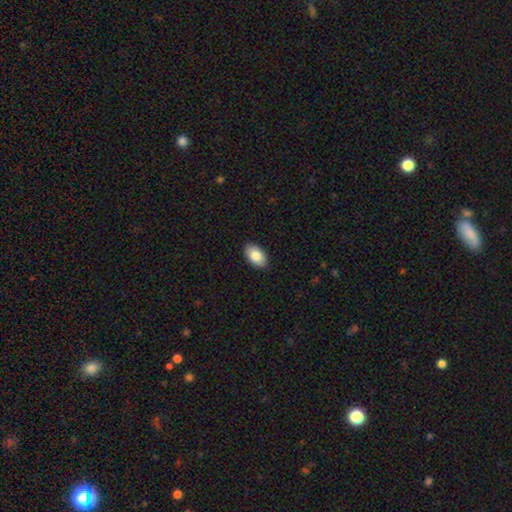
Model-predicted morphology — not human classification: A smooth galaxy with no disk features (85%) that is in between round and cigar-shaped (94%). Merging: none (90%).